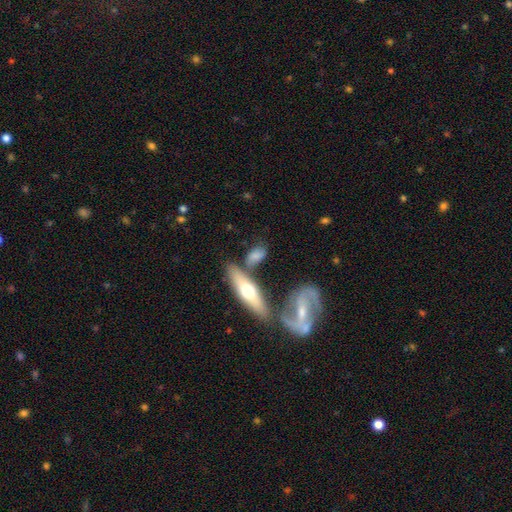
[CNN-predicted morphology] This is likely a smooth galaxy (63%). How rounded: likely in between (67%). Merging: possibly none (55%).